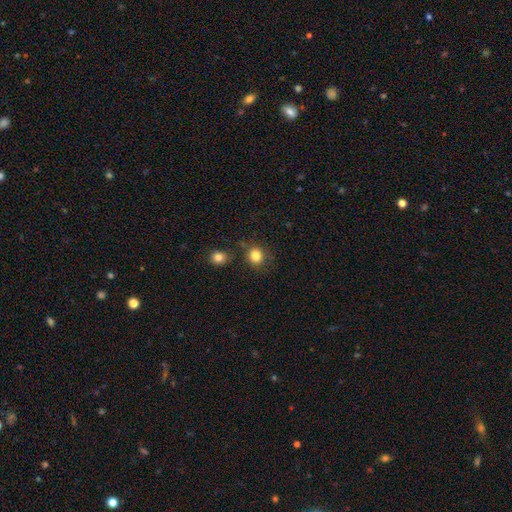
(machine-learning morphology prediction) Overall: smooth (83%). How rounded: round (80%). Merging: none (76%).